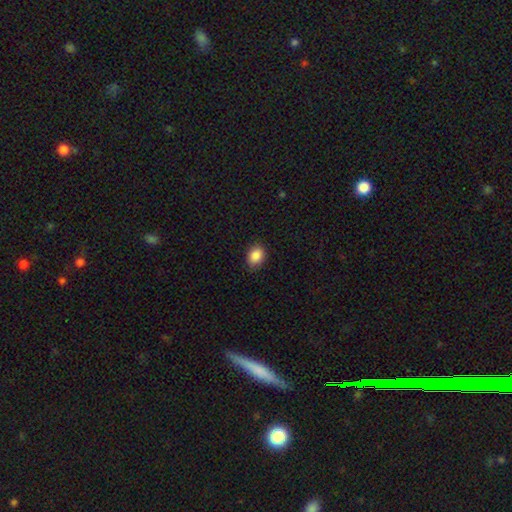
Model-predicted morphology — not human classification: A smooth galaxy with no disk features (87%) that is in between round and cigar-shaped (60%). Merging: none (80%).